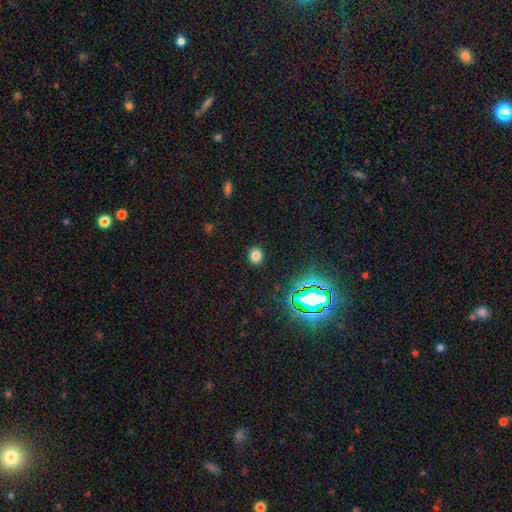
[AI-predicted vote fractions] The model was most divided on "how rounded": round: 67%, in between: 32%, cigar-shaped: 1%. More confident: merging — none (90%); smooth or featured — smooth (75%).